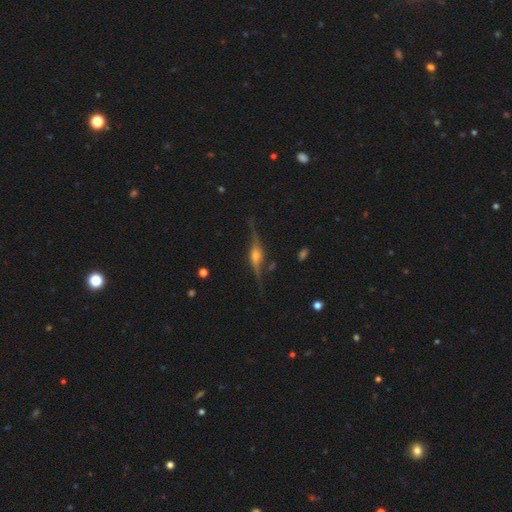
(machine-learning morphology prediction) A featured or disk galaxy (85%) viewed edge-on (89%) with a rounded central bulge (86%).

Vote fractions:
- Smooth or featured? featured or disk: 85% / smooth: 8% / star or artifact: 7%
- Edge-on disk? yes: 89% / no: 11%
- Edge-on bulge? rounded: 86% / boxy: 11% / none: 3%
- Merging? none: 78% / minor disturbance: 15% / major disturbance: 6% / merger: 2%